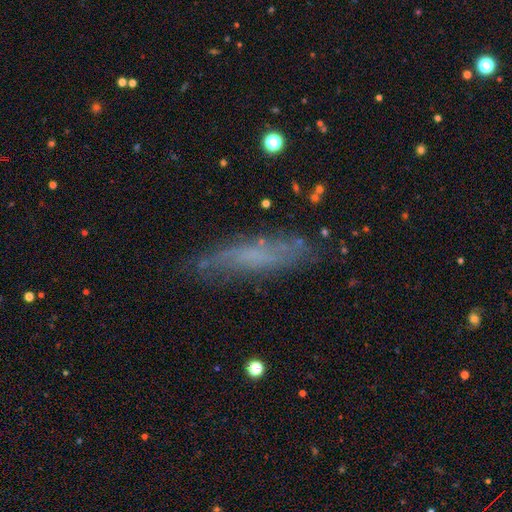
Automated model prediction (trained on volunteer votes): The model was most divided on "smooth or featured": smooth: 45%, featured or disk: 43%, star or artifact: 11%. More confident: merging — none (70%).